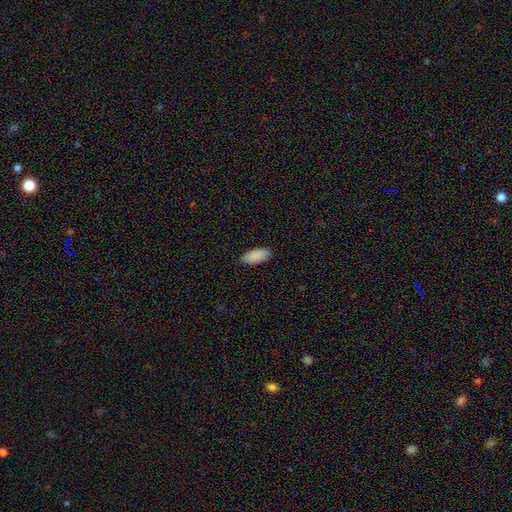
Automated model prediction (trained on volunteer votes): This is clearly a smooth galaxy (91%). How rounded: clearly in between (90%). Merging: clearly none (88%).